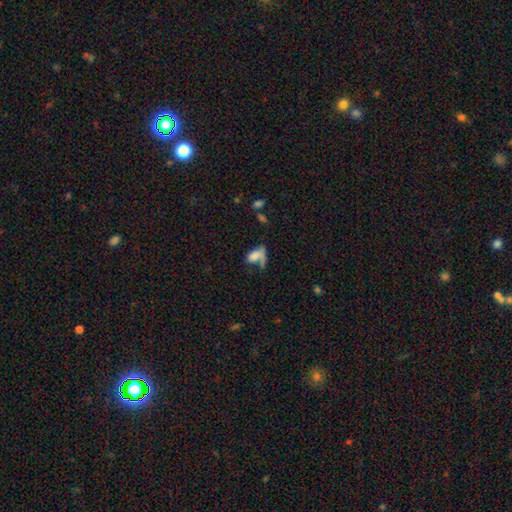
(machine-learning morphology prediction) Smooth or featured? Predicted: smooth (p=0.69). How rounded? Predicted: in between (p=0.79). Merging? Predicted: merger (p=0.33).